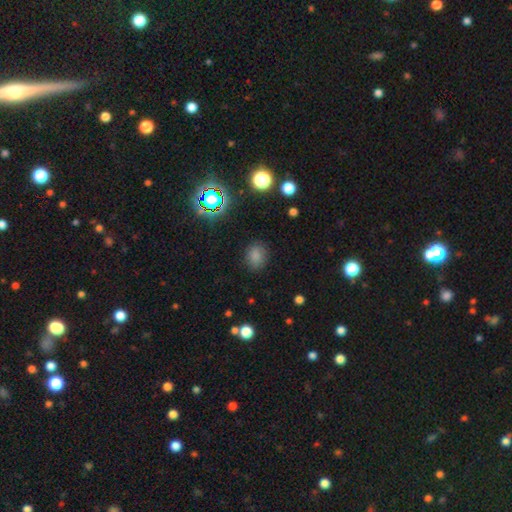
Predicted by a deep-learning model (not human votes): smooth_or_featured: smooth (p=0.77) [alt: star or artifact p=0.17]
how_rounded: round (p=0.56) [alt: in between p=0.43]
merging: none (p=0.83) [alt: minor disturbance p=0.12]